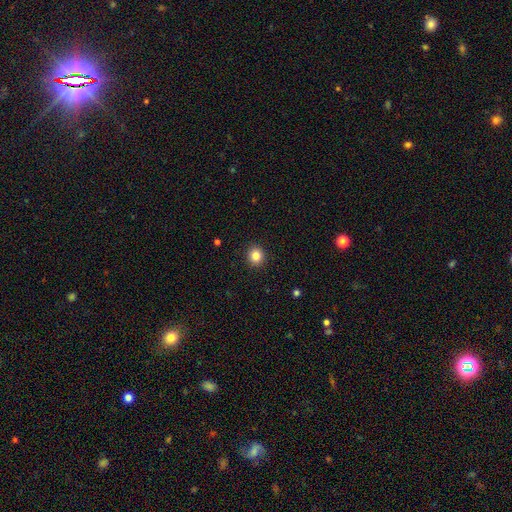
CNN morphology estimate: A smooth galaxy with no disk features (84%) that is round (89%).

Vote fractions:
- Smooth or featured? smooth: 84% / star or artifact: 11% / featured or disk: 5%
- How rounded? round: 89% / in between: 10% / cigar-shaped: 1%
- Merging? none: 93% / minor disturbance: 5% / major disturbance: 2% / merger: 1%